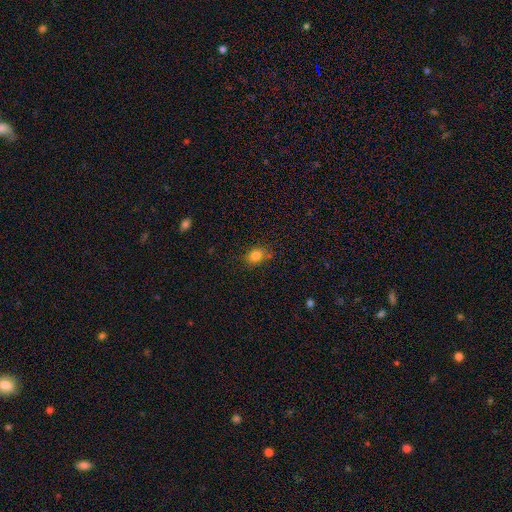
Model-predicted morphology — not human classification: Smooth or featured?
  - smooth: 81% *
  - star or artifact: 12%
  - featured or disk: 7%
How rounded?
  - in between: 61% *
  - round: 37%
  - cigar-shaped: 1%
Merging?
  - none: 73% *
  - minor disturbance: 20%
  - major disturbance: 4%
  - merger: 2%